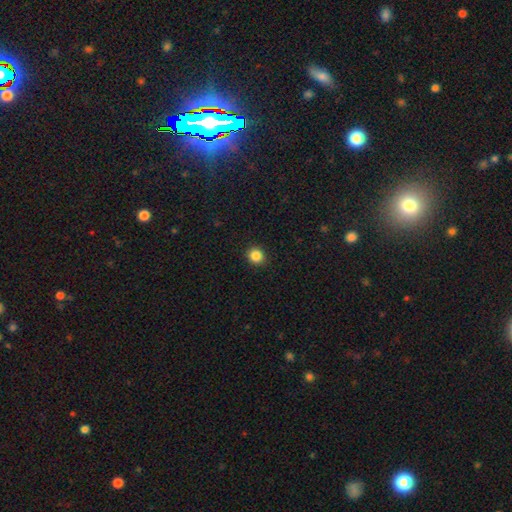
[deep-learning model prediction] smooth 86%, star or artifact 11%, featured or disk 3%. Down the decision tree: how rounded — round (88%); merging — none (92%).